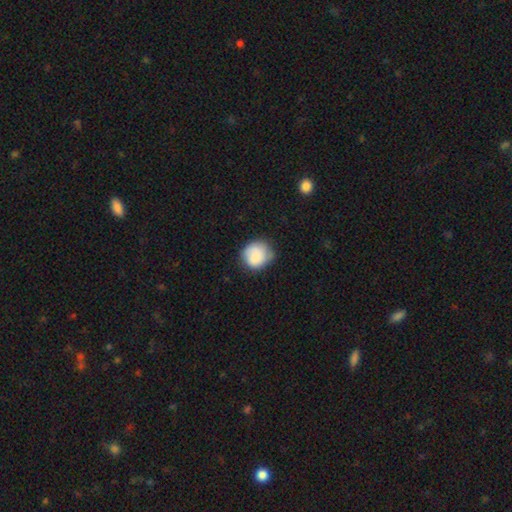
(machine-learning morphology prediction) This appears to be a smooth galaxy with no disk features (77%) that is round (84%). Merging: none (64%).